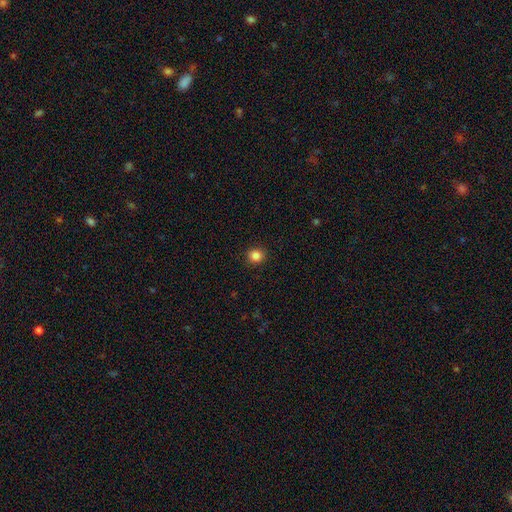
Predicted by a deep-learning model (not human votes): The model was most divided on "smooth or featured": smooth: 85%, star or artifact: 11%, featured or disk: 4%. More confident: merging — none (92%); how rounded — round (86%).